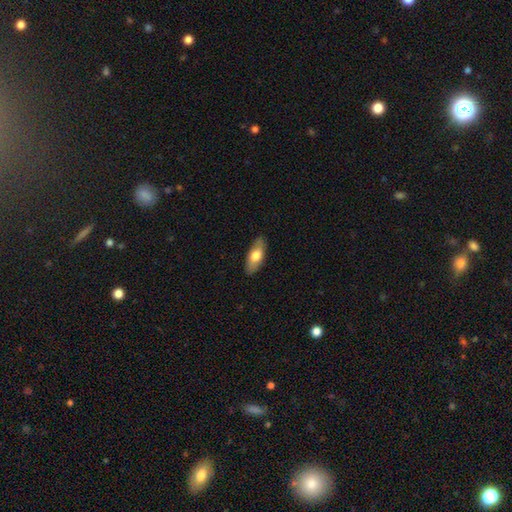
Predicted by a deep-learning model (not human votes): Smooth or featured? smooth (69%)
How rounded? in between (80%)
Merging? none (86%)